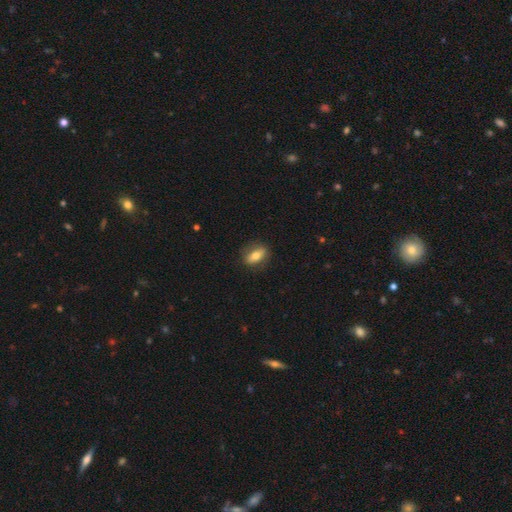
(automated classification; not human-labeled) A smooth galaxy with no disk features (64%) that is in between round and cigar-shaped (77%).

Vote fractions:
- Smooth or featured? smooth: 64% / featured or disk: 28% / star or artifact: 7%
- How rounded? in between: 77% / cigar-shaped: 13% / round: 10%
- Merging? none: 83% / minor disturbance: 13% / major disturbance: 4% / merger: 1%